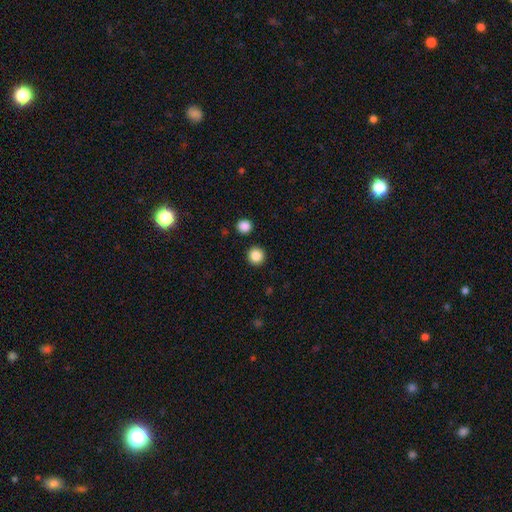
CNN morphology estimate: smooth 86%, star or artifact 10%, featured or disk 4%. Down the decision tree: how rounded — round (94%); merging — none (92%).